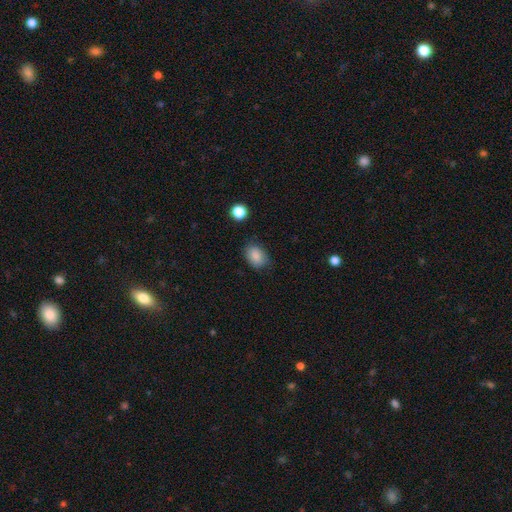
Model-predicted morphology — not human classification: Smooth or featured?
  - smooth: 86% *
  - star or artifact: 9%
  - featured or disk: 5%
How rounded?
  - in between: 75% *
  - round: 24%
  - cigar-shaped: 1%
Merging?
  - none: 78% *
  - minor disturbance: 17%
  - major disturbance: 4%
  - merger: 2%